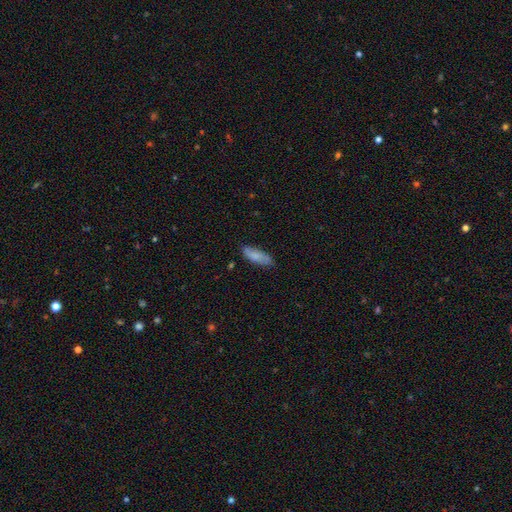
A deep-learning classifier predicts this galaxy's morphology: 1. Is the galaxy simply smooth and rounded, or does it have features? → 77% smooth, 17% featured or disk, 6% star or artifact.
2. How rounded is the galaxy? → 64% in between, 34% cigar-shaped, 2% round.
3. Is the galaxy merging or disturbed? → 78% none, 18% minor disturbance, 3% major disturbance, 1% merger.